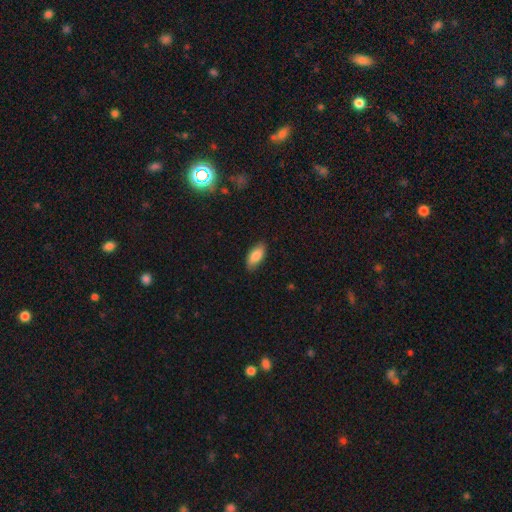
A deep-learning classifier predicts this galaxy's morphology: Overall: smooth (85%). How rounded: in between (89%). Merging: none (84%).